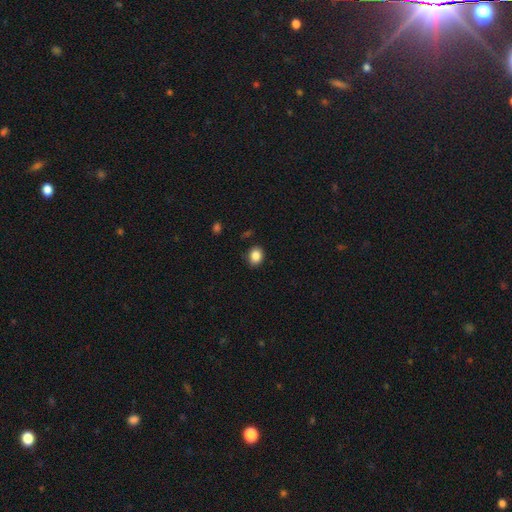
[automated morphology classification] A smooth galaxy with no disk features (86%) that is round (50%).

Vote fractions:
- Smooth or featured? smooth: 86% / star or artifact: 9% / featured or disk: 4%
- How rounded? round: 50% / in between: 49% / cigar-shaped: 1%
- Merging? none: 85% / minor disturbance: 11% / major disturbance: 2% / merger: 1%